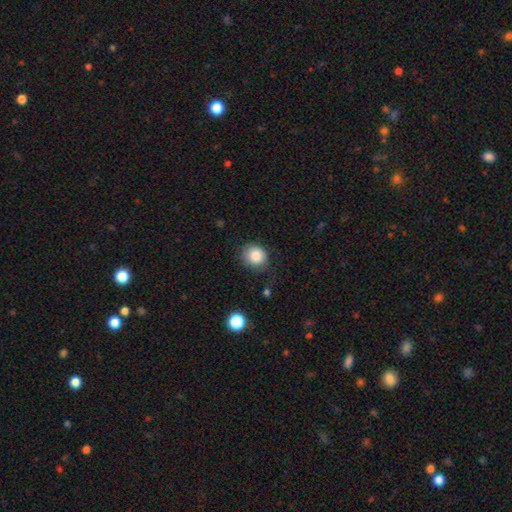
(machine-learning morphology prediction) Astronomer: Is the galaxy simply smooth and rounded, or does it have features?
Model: smooth — 85%.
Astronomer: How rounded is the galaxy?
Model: round — 80%.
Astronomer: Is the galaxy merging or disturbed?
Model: none — 72%.